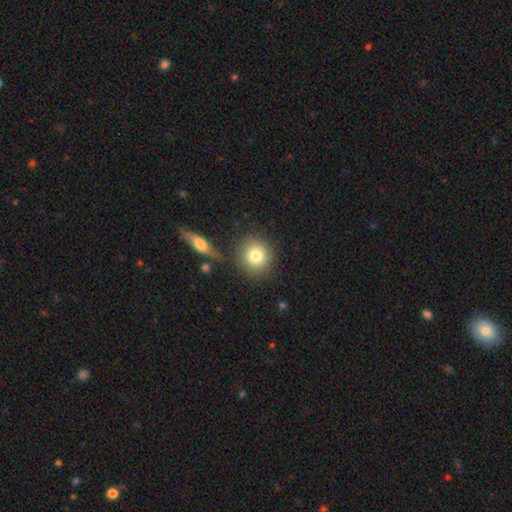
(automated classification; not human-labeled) A smooth galaxy with no disk features (80%) that is round (88%).

Vote fractions:
- Smooth or featured? smooth: 80% / featured or disk: 10% / star or artifact: 9%
- How rounded? round: 88% / in between: 11% / cigar-shaped: 1%
- Merging? none: 80% / minor disturbance: 10% / merger: 7% / major disturbance: 3%